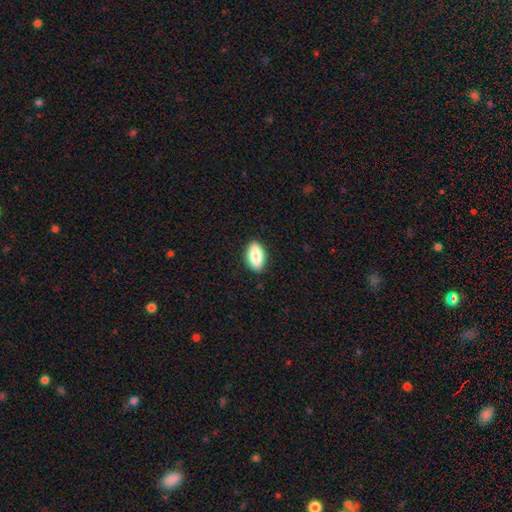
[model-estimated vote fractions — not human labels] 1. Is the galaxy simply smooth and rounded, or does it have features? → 83% smooth, 11% featured or disk, 7% star or artifact.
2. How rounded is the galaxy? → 89% in between, 6% cigar-shaped, 5% round.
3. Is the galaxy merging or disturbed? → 88% none, 9% minor disturbance, 2% major disturbance, 1% merger.